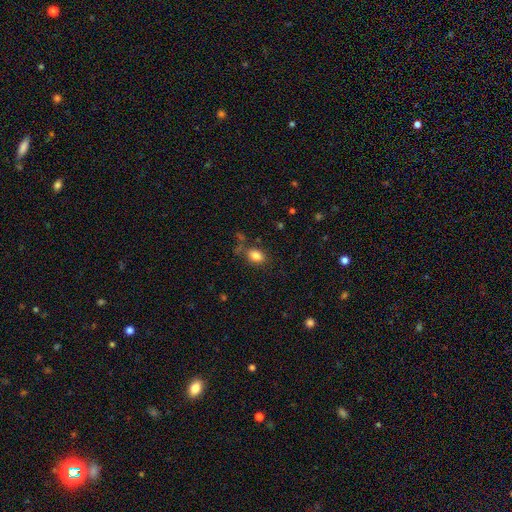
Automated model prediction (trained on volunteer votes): Smooth or featured? smooth (83%)
How rounded? in between (78%)
Merging? none (73%)